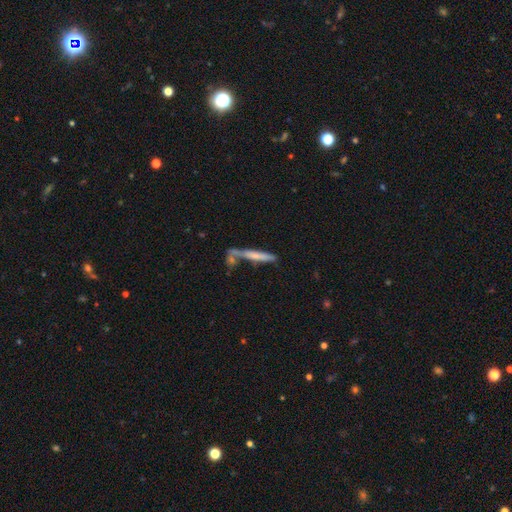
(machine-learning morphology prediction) This appears to be a smooth galaxy with no disk features (56%) that is cigar-shaped (93%). Merging: none (58%).